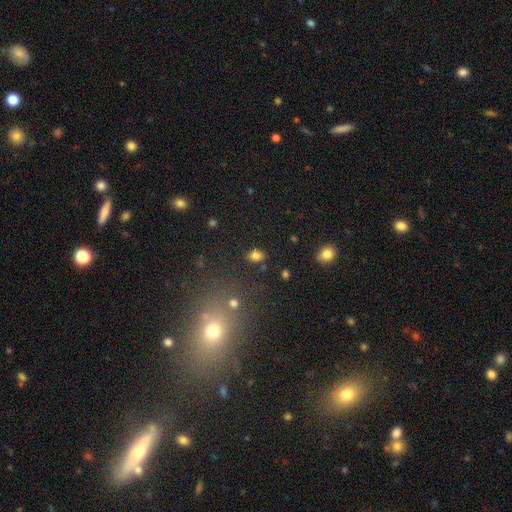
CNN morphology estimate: smooth 80%, star or artifact 13%, featured or disk 7%. Down the decision tree: how rounded — in between (68%); merging — none (83%).